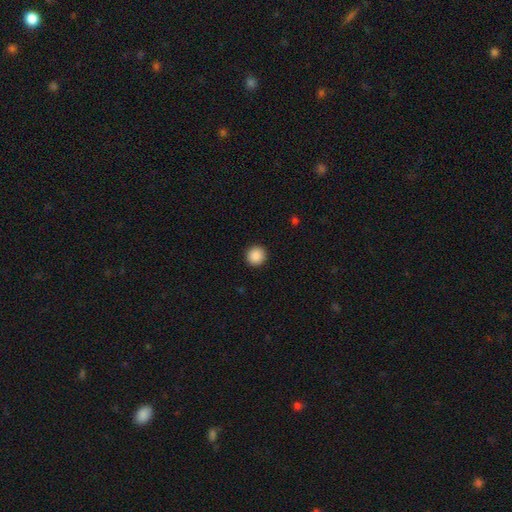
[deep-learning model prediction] This is clearly a smooth galaxy (89%). How rounded: clearly round (94%). Merging: clearly none (93%).